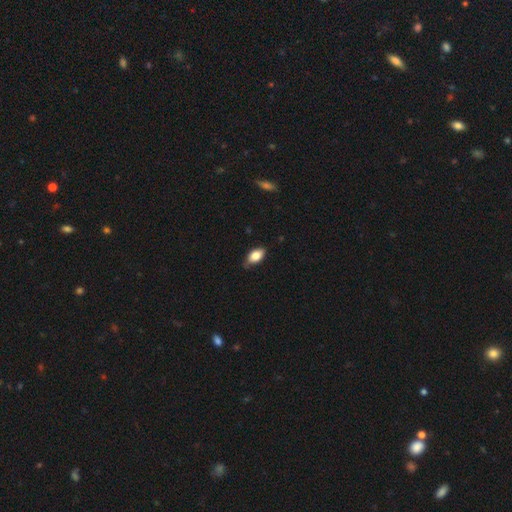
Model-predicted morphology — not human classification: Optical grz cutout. It shows a smooth galaxy with no disk features (81%) that is in between round and cigar-shaped (90%). Merging: none (68%).